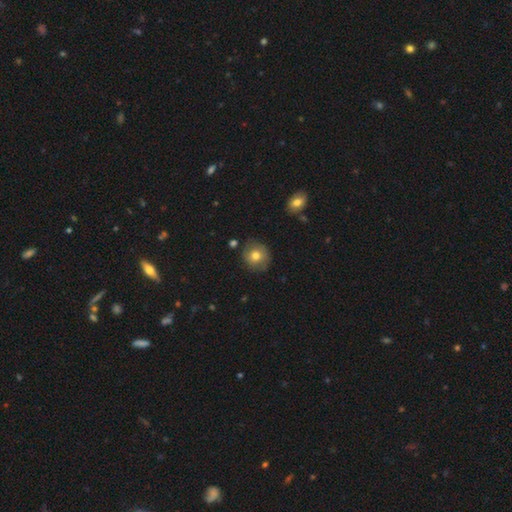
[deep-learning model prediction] Q: Smooth or featured?
A: smooth (73%); runner-up: featured or disk (17%)
Q: How rounded?
A: round (89%); runner-up: in between (10%)
Q: Merging?
A: none (82%); runner-up: minor disturbance (13%)